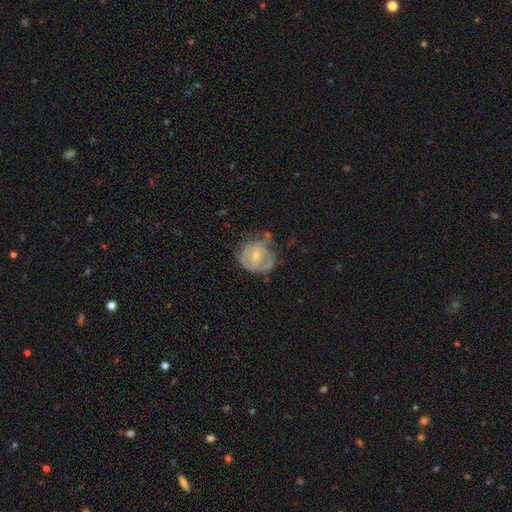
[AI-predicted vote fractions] A featured or disk galaxy (61%) with no bar (53%), spiral arms (66%) and a small central bulge (58%). Merging: none (47%).